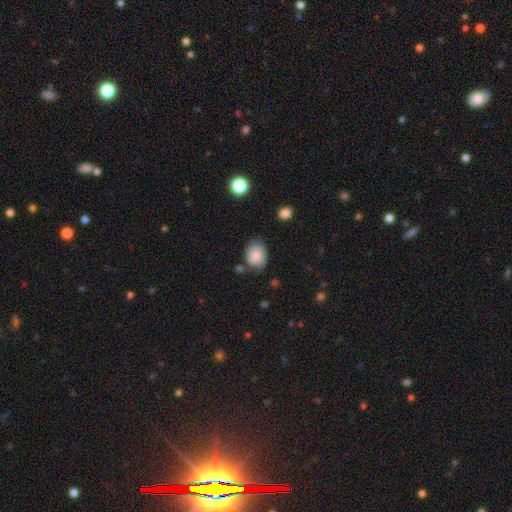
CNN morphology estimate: Smooth or featured? Predicted: smooth (p=0.68). How rounded? Predicted: in between (p=0.58). Merging? Predicted: none (p=0.54).